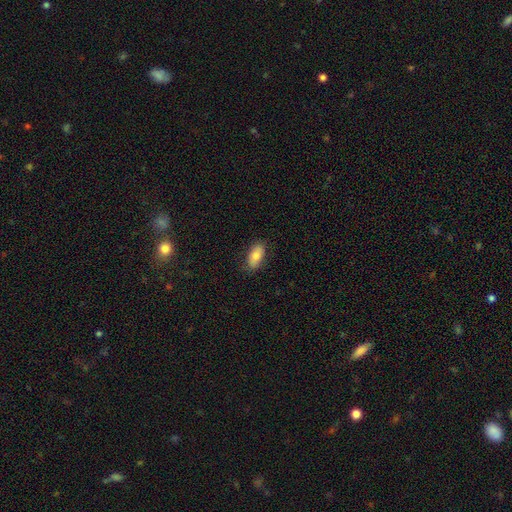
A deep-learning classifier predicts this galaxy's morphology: The model was most divided on "smooth or featured": smooth: 78%, featured or disk: 15%, star or artifact: 7%. More confident: how rounded — in between (90%); merging — none (83%).